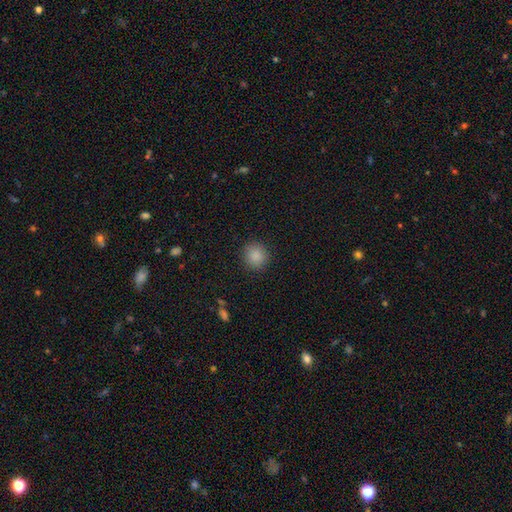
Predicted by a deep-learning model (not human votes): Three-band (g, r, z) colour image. It shows a smooth galaxy with no disk features (87%) that is round (90%). Merging: none (90%).